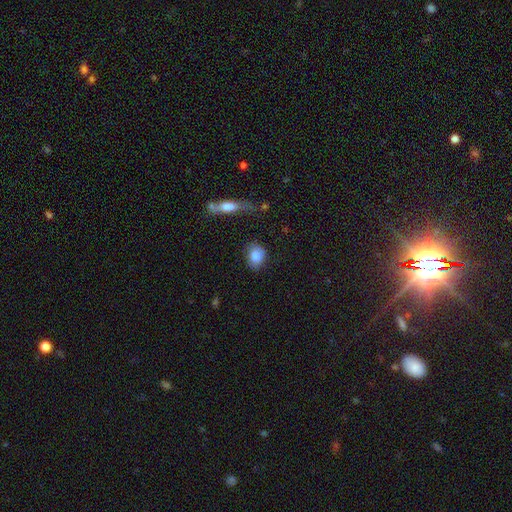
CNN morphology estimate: Smooth or featured? Predicted: smooth (p=0.83). How rounded? Predicted: in between (p=0.51). Merging? Predicted: none (p=0.74).